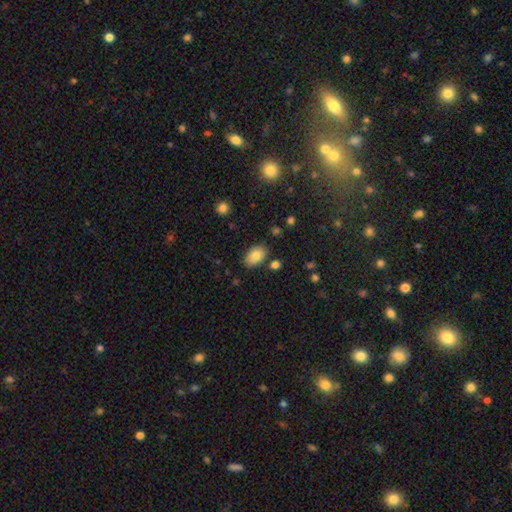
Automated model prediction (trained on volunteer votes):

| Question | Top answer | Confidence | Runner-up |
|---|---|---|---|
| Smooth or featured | smooth | 83% | featured or disk (9%) |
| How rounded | in between | 90% | round (9%) |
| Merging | none | 82% | minor disturbance (12%) |